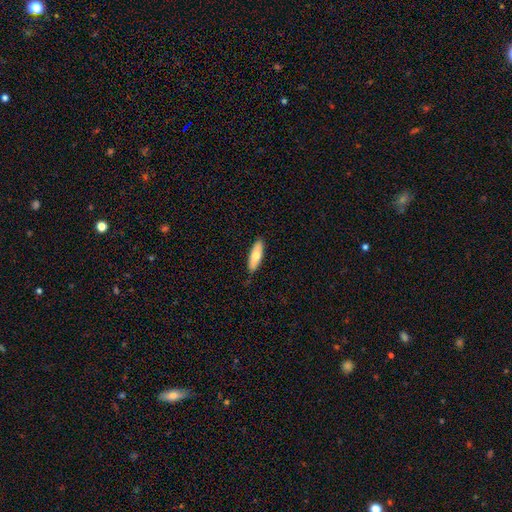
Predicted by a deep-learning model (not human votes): Morphology: type=smooth (69%); roundness=in between (55%); merging=none (85%).